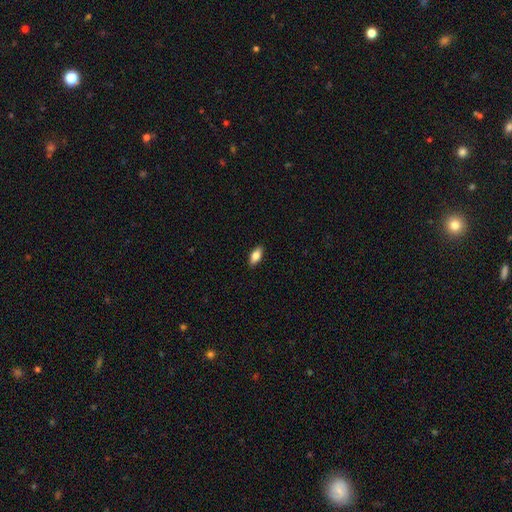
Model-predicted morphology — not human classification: Smooth or featured: smooth — 80% (featured or disk — 13%)
How rounded: in between — 86% (cigar-shaped — 11%)
Merging: none — 89% (minor disturbance — 9%)